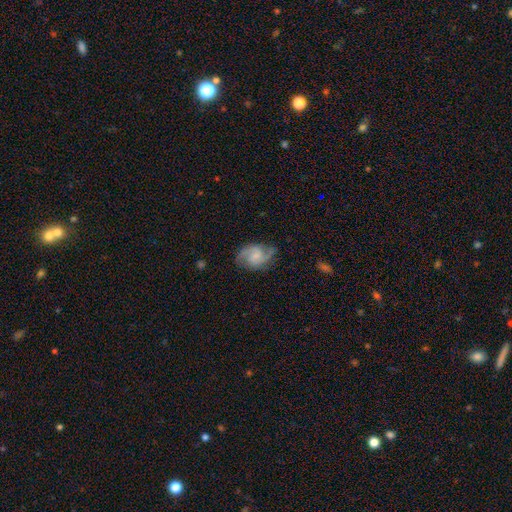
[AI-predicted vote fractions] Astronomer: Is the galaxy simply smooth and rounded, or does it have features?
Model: featured or disk — 72%.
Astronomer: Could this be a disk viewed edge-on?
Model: no — 97%.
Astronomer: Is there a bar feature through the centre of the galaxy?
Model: no — 51% (runner-up: weak, 41%).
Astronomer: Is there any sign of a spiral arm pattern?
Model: yes — 94%.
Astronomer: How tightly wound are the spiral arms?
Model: medium — 51%.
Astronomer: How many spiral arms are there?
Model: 2 — 82%.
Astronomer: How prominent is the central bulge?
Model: small — 43% (runner-up: none, 26%).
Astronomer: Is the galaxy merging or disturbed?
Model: none — 68%.